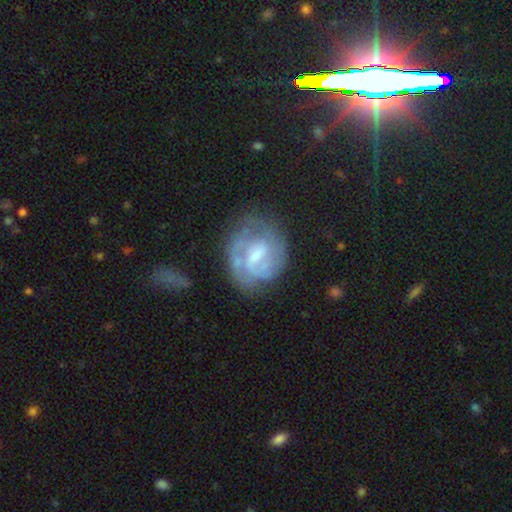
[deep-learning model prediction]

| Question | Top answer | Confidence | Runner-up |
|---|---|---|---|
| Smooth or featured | featured or disk | 76% | smooth (17%) |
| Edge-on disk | no | 97% | yes (3%) |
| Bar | weak | 56% | strong (22%) |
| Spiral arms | yes | 87% | no (13%) |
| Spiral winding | tight | 53% | medium (37%) |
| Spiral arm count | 2 | 47% | can't tell (28%) |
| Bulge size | small | 42% | moderate (40%) |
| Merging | none | 62% | minor disturbance (22%) |